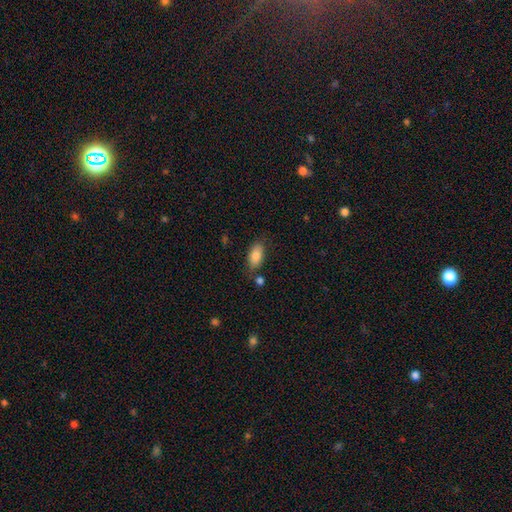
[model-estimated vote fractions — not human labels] The model was most divided on "merging": none: 73%, minor disturbance: 16%, merger: 7%, major disturbance: 4%. More confident: how rounded — in between (91%); smooth or featured — smooth (85%).